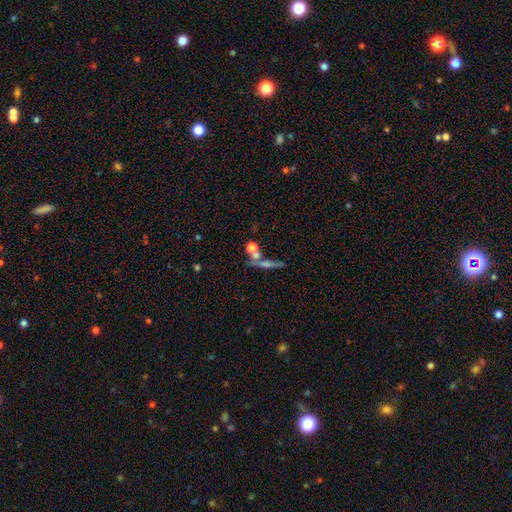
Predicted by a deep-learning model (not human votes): This appears to be a featured or disk galaxy (37%). Merging: none (54%).